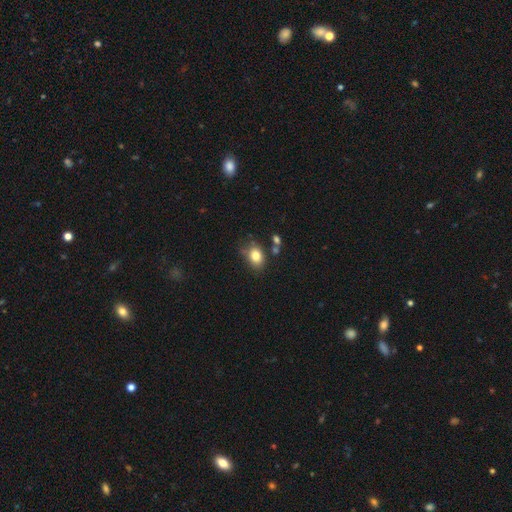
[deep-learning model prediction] smooth_or_featured: smooth (p=0.81) [alt: star or artifact p=0.10]
how_rounded: in between (p=0.65) [alt: round p=0.34]
merging: none (p=0.65) [alt: minor disturbance p=0.21]